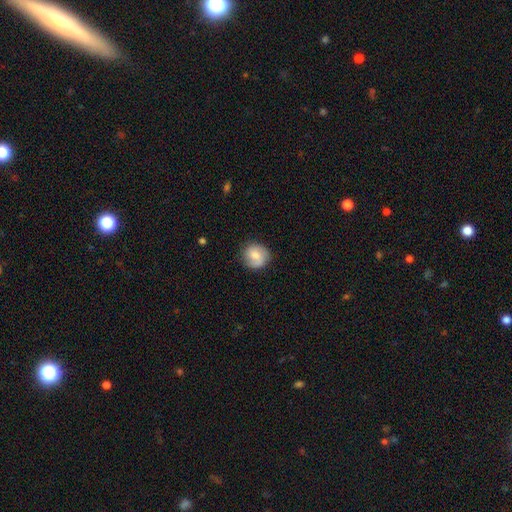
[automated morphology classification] smooth-or-featured: smooth: 66% | featured or disk: 27% | star or artifact: 7%
  how-rounded: round: 86% | in between: 13% | cigar-shaped: 1%
  merging: none: 78% | minor disturbance: 16% | major disturbance: 4% | merger: 2%